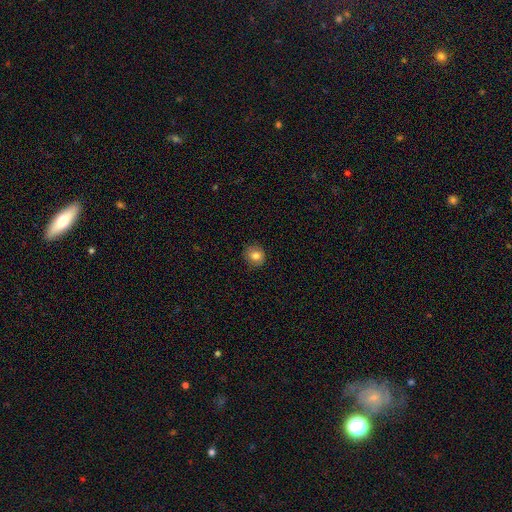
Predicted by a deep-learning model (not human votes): smooth_or_featured: smooth (p=0.81) [alt: star or artifact p=0.10]
how_rounded: round (p=0.84) [alt: in between p=0.15]
merging: none (p=0.86) [alt: minor disturbance p=0.11]